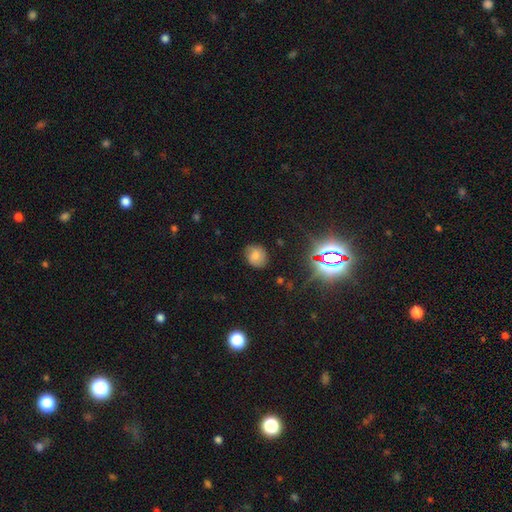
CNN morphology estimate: Q: Smooth or featured?
A: smooth (66%); runner-up: star or artifact (17%)
Q: How rounded?
A: round (71%); runner-up: in between (28%)
Q: Merging?
A: none (80%); runner-up: minor disturbance (15%)